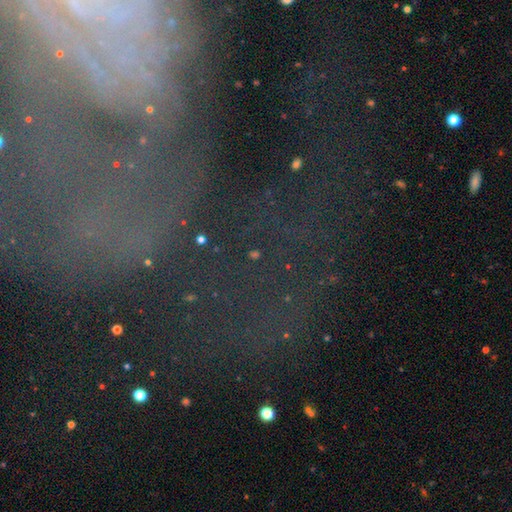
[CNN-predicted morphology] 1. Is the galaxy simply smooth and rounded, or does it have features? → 45% featured or disk, 38% star or artifact, 17% smooth.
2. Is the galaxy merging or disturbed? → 54% none, 20% major disturbance, 15% minor disturbance, 11% merger.